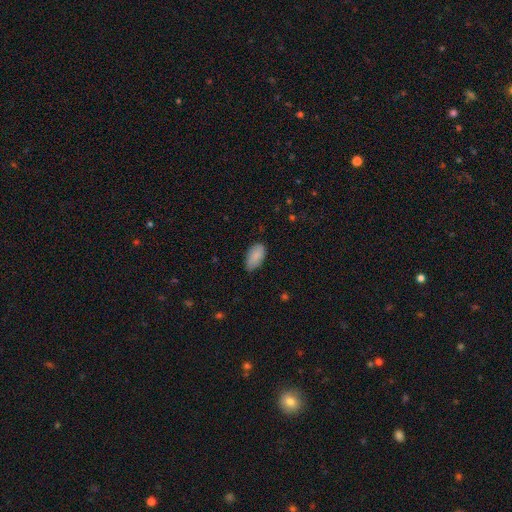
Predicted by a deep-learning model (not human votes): Smooth or featured?
  - smooth: 88% *
  - star or artifact: 7%
  - featured or disk: 6%
How rounded?
  - in between: 94% *
  - cigar-shaped: 3%
  - round: 3%
Merging?
  - none: 72% *
  - minor disturbance: 24%
  - major disturbance: 3%
  - merger: 1%